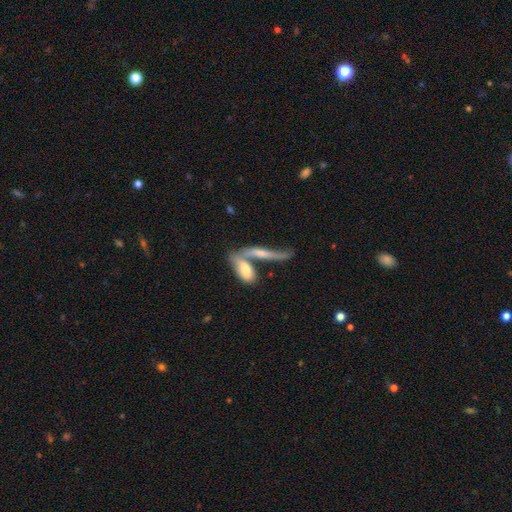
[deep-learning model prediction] This is possibly a featured or disk galaxy (47%). Merging: possibly merger (47%).